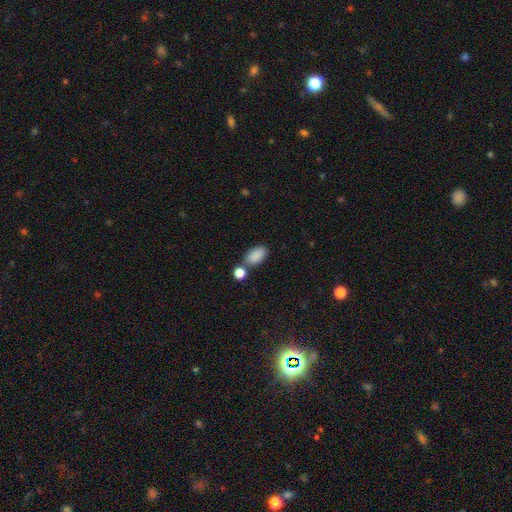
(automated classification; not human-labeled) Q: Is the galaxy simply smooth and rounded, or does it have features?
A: smooth — 87%.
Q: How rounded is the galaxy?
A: in between — 92%.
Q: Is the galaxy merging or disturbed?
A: none — 66%.